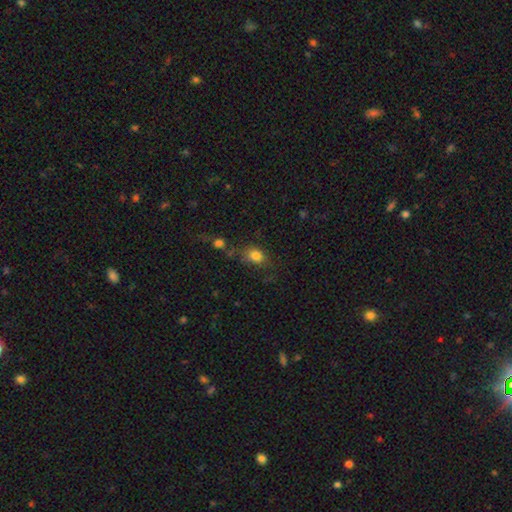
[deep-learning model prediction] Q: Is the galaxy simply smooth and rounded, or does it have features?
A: smooth — 81%.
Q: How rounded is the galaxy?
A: in between — 53%.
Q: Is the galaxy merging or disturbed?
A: none — 57%.